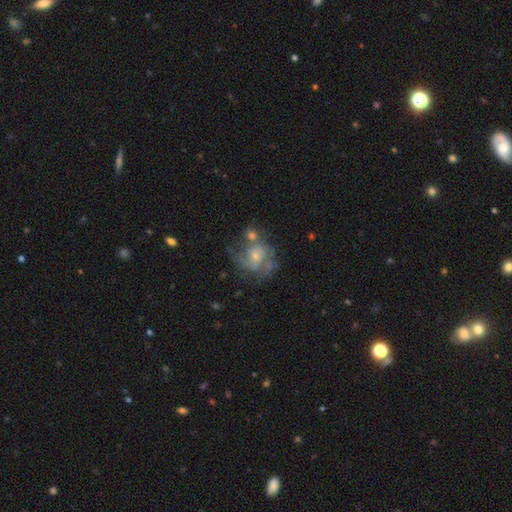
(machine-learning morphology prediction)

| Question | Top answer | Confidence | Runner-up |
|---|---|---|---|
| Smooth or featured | featured or disk | 74% | smooth (15%) |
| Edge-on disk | no | 98% | yes (2%) |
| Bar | no | 65% | weak (30%) |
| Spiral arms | yes | 87% | no (13%) |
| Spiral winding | medium | 48% | tight (33%) |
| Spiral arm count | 2 | 38% | can't tell (28%) |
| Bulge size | small | 55% | moderate (36%) |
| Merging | none | 51% | minor disturbance (18%) |